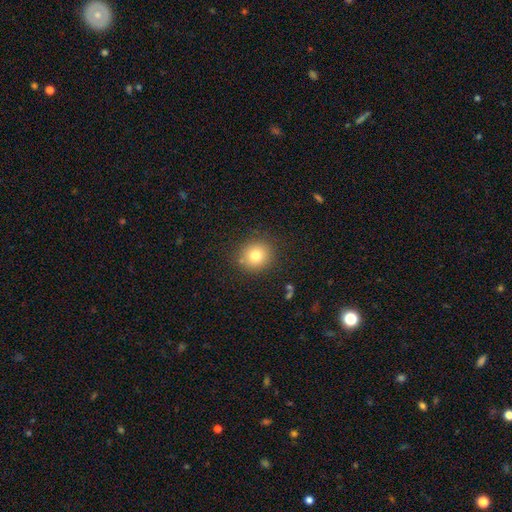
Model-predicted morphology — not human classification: Overall: smooth (77%). How rounded: round (90%). Merging: none (85%).